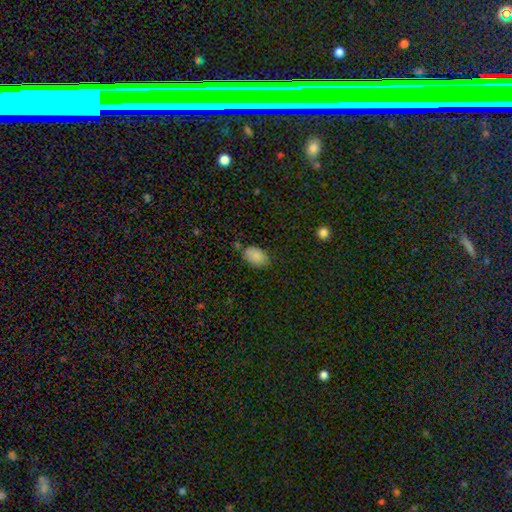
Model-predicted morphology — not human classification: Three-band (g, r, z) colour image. It shows a smooth galaxy with no disk features (86%) that is in between round and cigar-shaped (89%). Merging: none (75%).